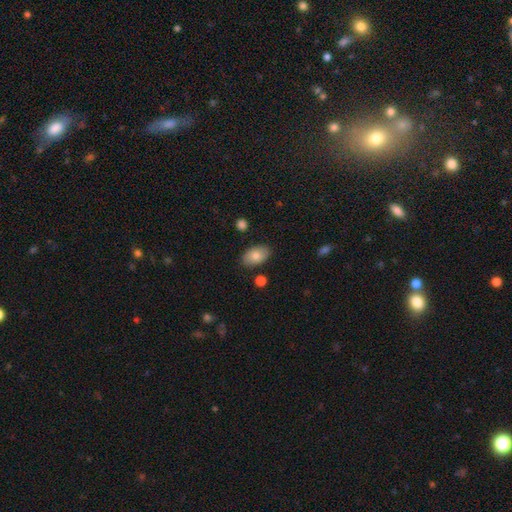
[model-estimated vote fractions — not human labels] Q: Smooth or featured?
A: smooth (79%); runner-up: featured or disk (14%)
Q: How rounded?
A: in between (91%); runner-up: round (7%)
Q: Merging?
A: none (84%); runner-up: minor disturbance (11%)